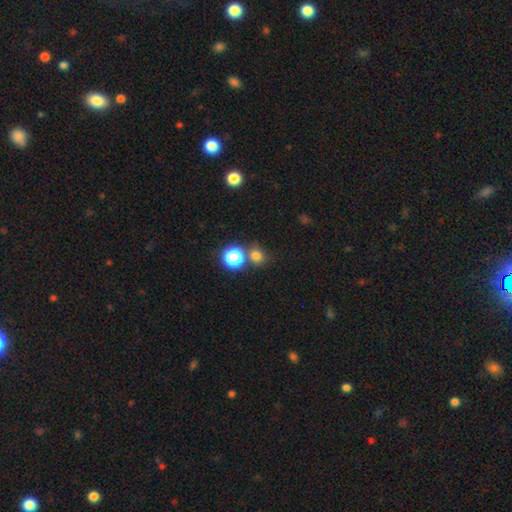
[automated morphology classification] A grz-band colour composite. It shows a smooth galaxy with no disk features (74%) that is round (83%). Merging: none (64%).